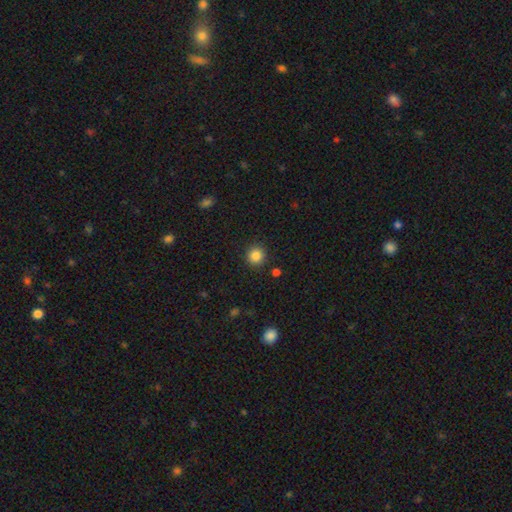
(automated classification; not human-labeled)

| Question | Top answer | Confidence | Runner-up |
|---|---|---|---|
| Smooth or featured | smooth | 85% | star or artifact (11%) |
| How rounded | round | 93% | in between (6%) |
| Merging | none | 91% | minor disturbance (6%) |